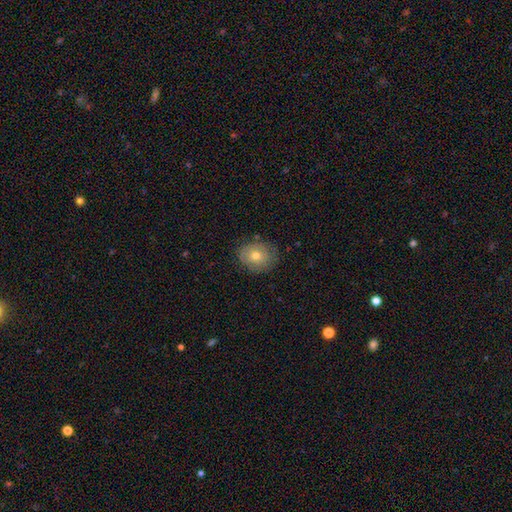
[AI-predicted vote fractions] smooth_or_featured: smooth (p=0.59) [alt: featured or disk p=0.31]
how_rounded: round (p=0.59) [alt: in between p=0.40]
merging: none (p=0.79) [alt: minor disturbance p=0.15]